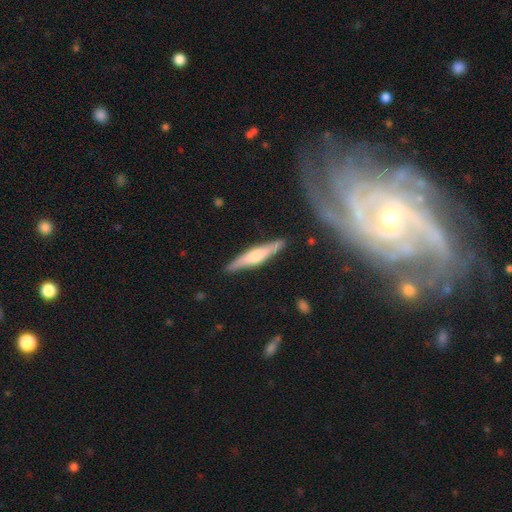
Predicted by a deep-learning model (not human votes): Smooth or featured? featured or disk (62%)
Edge-on disk? yes (94%)
Edge-on bulge? rounded (81%)
Merging? none (86%)